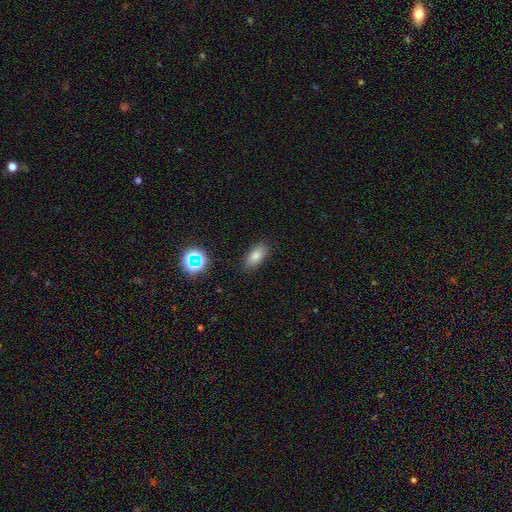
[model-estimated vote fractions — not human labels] This appears to be a smooth galaxy with no disk features (77%) that is in between round and cigar-shaped (87%). Merging: none (86%).